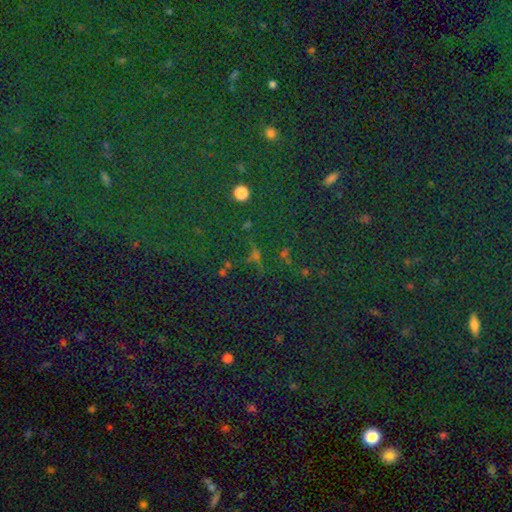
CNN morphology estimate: star or artifact 64%, smooth 22%, featured or disk 14%.